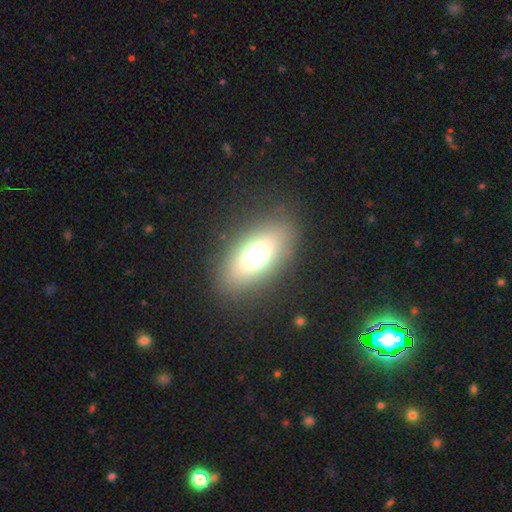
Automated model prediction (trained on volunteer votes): Q: Smooth or featured?
A: smooth (65%); runner-up: featured or disk (20%)
Q: How rounded?
A: in between (81%); runner-up: round (13%)
Q: Merging?
A: none (84%); runner-up: minor disturbance (9%)